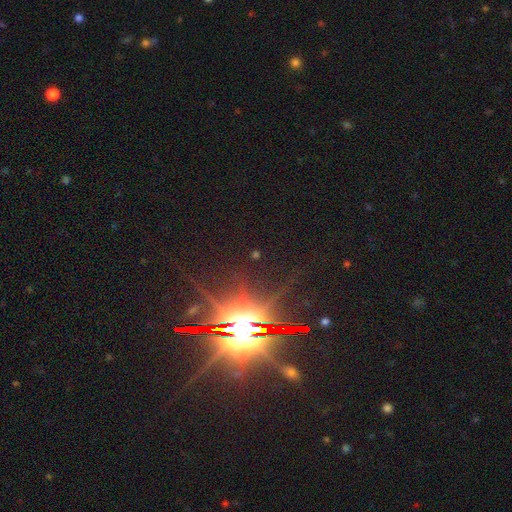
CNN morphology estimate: type=star or artifact (76%).